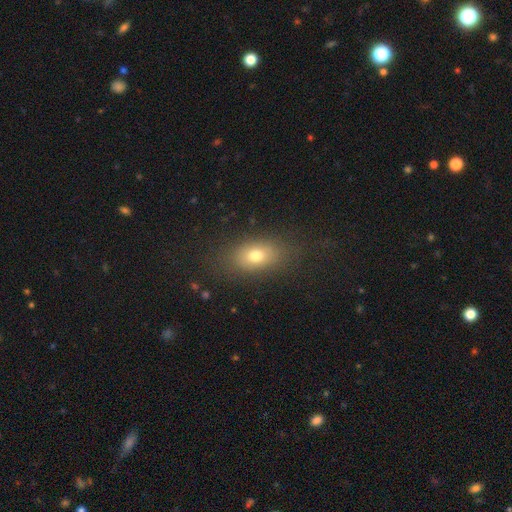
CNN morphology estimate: smooth_or_featured: smooth (p=0.72) [alt: featured or disk p=0.15]
how_rounded: in between (p=0.79) [alt: round p=0.17]
merging: none (p=0.79) [alt: minor disturbance p=0.13]